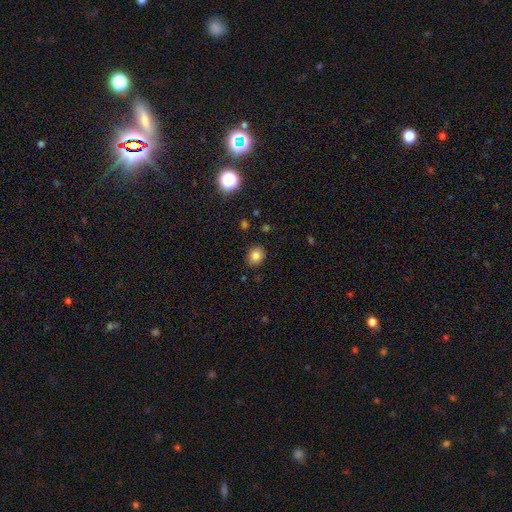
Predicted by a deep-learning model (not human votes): This appears to be a smooth galaxy with no disk features (82%) that is round (62%). Merging: none (87%).